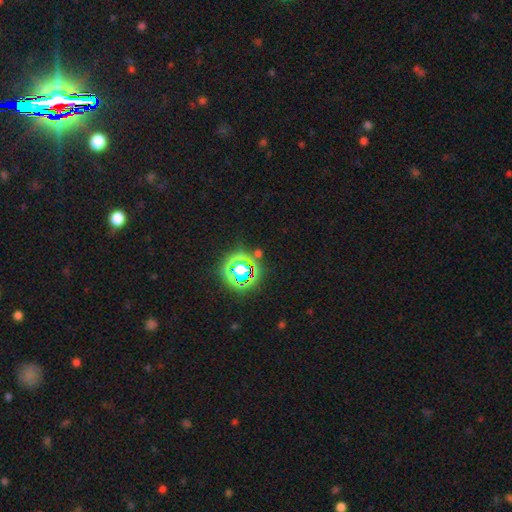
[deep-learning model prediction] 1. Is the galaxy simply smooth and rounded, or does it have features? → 74% star or artifact, 18% smooth, 8% featured or disk.